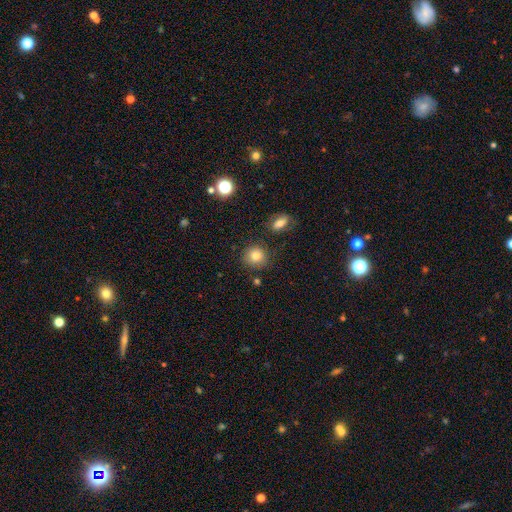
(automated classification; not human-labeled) smooth-or-featured: smooth: 82% | star or artifact: 11% | featured or disk: 7%
  how-rounded: round: 86% | in between: 12% | cigar-shaped: 1%
  merging: none: 82% | minor disturbance: 11% | merger: 4% | major disturbance: 3%